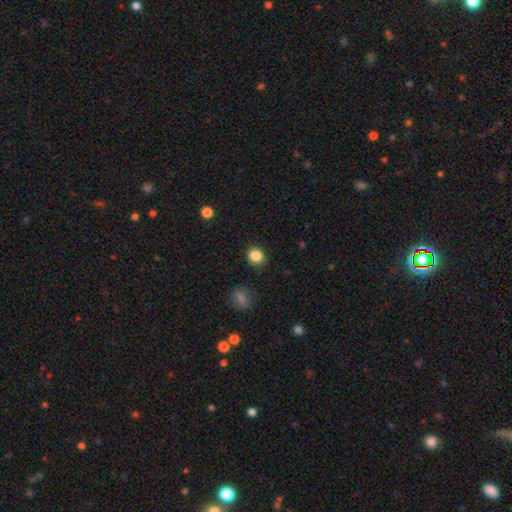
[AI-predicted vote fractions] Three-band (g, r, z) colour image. It shows a smooth galaxy with no disk features (84%) that is round (82%). Merging: none (90%).